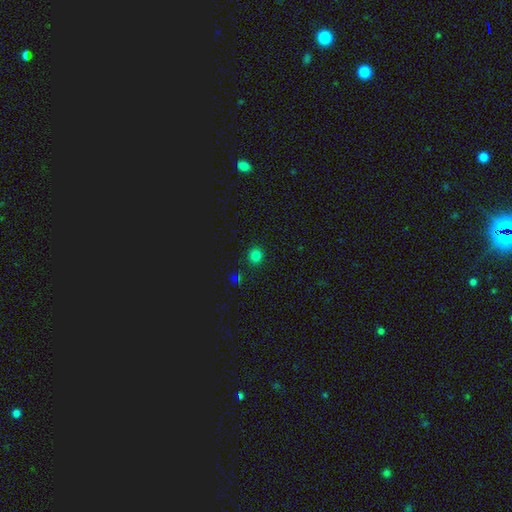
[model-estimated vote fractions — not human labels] smooth 79%, star or artifact 17%, featured or disk 4%. Down the decision tree: how rounded — round (89%); merging — none (90%).